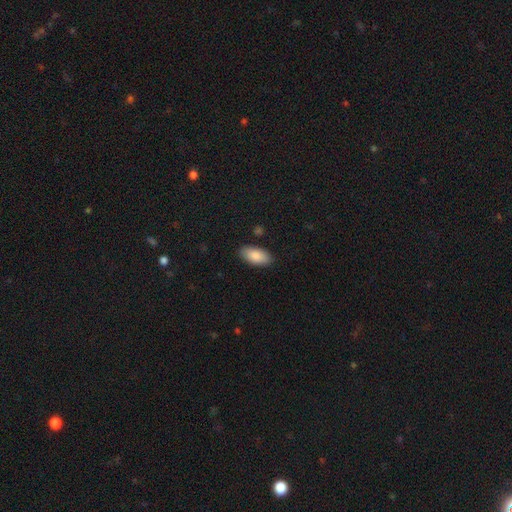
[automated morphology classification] This appears to be a smooth galaxy with no disk features (87%) that is in between round and cigar-shaped (92%). Merging: none (87%).